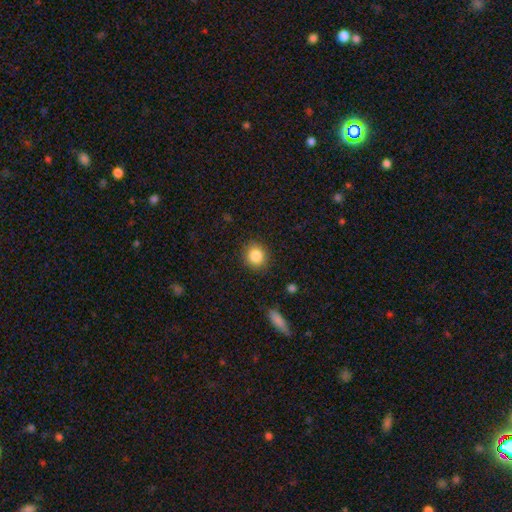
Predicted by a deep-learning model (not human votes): smooth 86%, star or artifact 9%, featured or disk 5%. Down the decision tree: how rounded — round (83%); merging — none (88%).